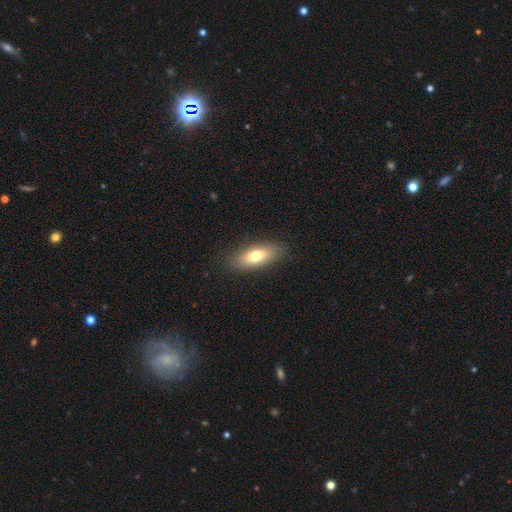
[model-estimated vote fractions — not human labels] This is likely a smooth galaxy (72%). How rounded: likely in between (78%). Merging: clearly none (85%).